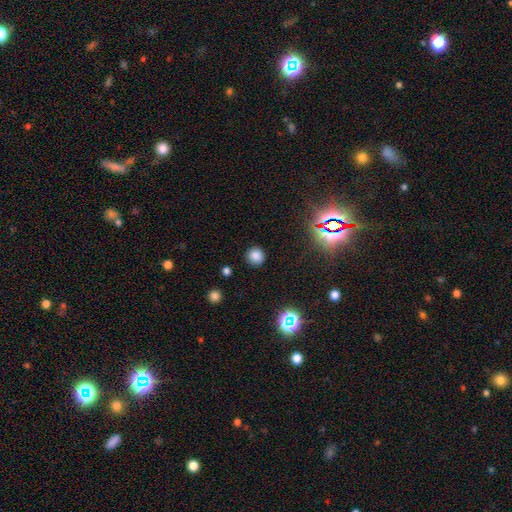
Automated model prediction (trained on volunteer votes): A smooth galaxy with no disk features (79%) that is round (90%).

Vote fractions:
- Smooth or featured? smooth: 79% / star or artifact: 16% / featured or disk: 5%
- How rounded? round: 90% / in between: 9% / cigar-shaped: 1%
- Merging? none: 89% / minor disturbance: 7% / major disturbance: 2% / merger: 1%